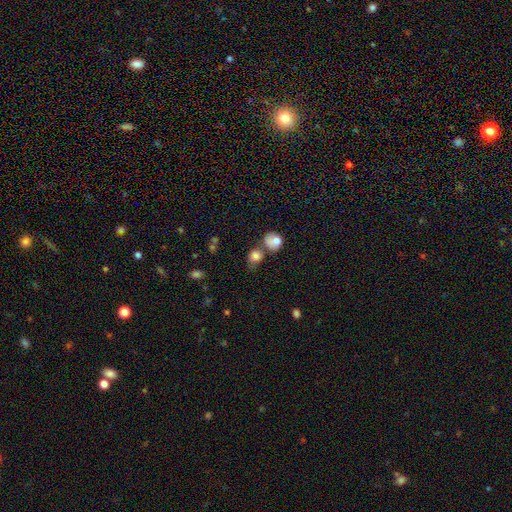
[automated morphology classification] Smooth or featured?
  - smooth: 80% *
  - star or artifact: 11%
  - featured or disk: 9%
How rounded?
  - round: 61% *
  - in between: 38%
  - cigar-shaped: 1%
Merging?
  - none: 44% *
  - merger: 29%
  - minor disturbance: 18%
  - major disturbance: 9%